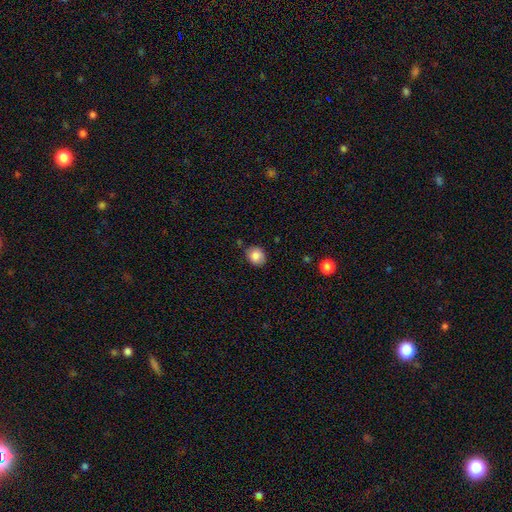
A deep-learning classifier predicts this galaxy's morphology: smooth-or-featured: smooth: 85% | star or artifact: 9% | featured or disk: 6%
  how-rounded: round: 69% | in between: 30% | cigar-shaped: 1%
  merging: none: 77% | minor disturbance: 16% | major disturbance: 3% | merger: 3%